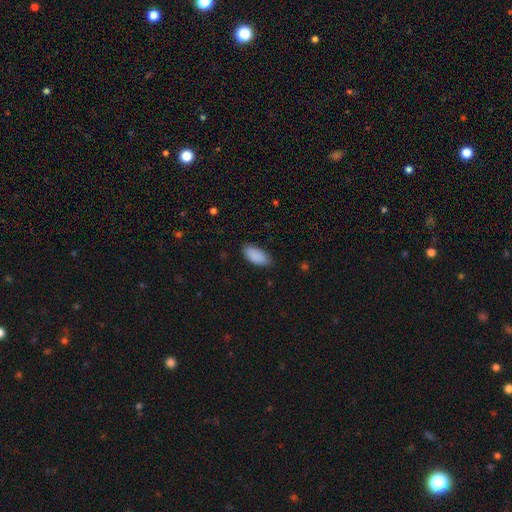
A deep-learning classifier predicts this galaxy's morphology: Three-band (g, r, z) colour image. It shows a smooth galaxy with no disk features (90%) that is in between round and cigar-shaped (93%). Merging: none (79%).